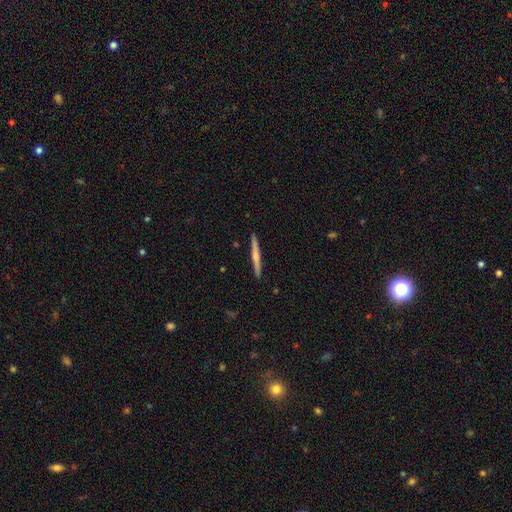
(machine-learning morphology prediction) featured or disk 47% (tied), smooth 47% (tied), star or artifact 5%. Down the decision tree: merging — none (92%).